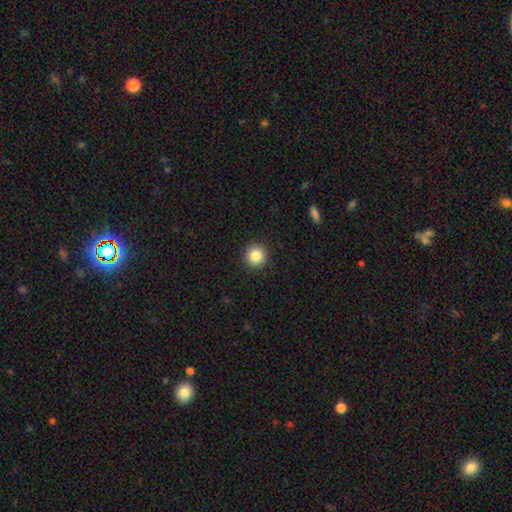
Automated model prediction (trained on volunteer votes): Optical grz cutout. It shows a smooth galaxy with no disk features (85%) that is round (94%). Merging: none (92%).